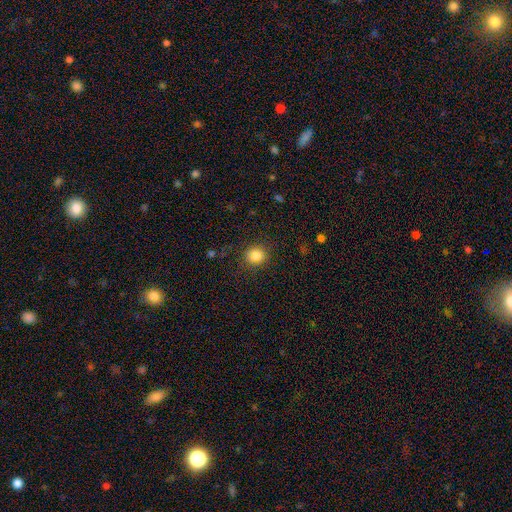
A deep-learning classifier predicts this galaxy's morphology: Smooth or featured?
  - smooth: 84% *
  - star or artifact: 11%
  - featured or disk: 5%
How rounded?
  - round: 85% *
  - in between: 14%
  - cigar-shaped: 1%
Merging?
  - none: 88% *
  - minor disturbance: 8%
  - major disturbance: 3%
  - merger: 1%